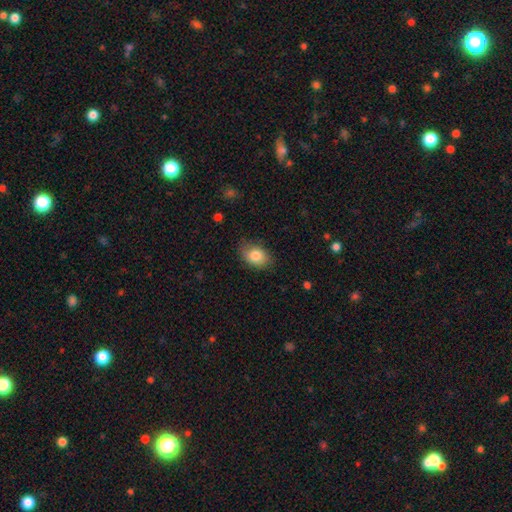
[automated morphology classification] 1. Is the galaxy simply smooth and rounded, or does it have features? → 83% smooth, 10% featured or disk, 8% star or artifact.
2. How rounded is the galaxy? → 80% in between, 19% round, 1% cigar-shaped.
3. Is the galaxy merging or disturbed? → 77% none, 19% minor disturbance, 4% major disturbance, 1% merger.